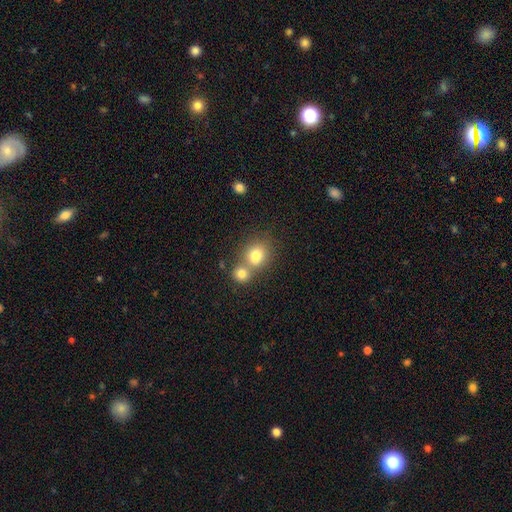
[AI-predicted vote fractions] This appears to be a smooth galaxy with no disk features (77%) that is round (73%). Merging: merger (47%).